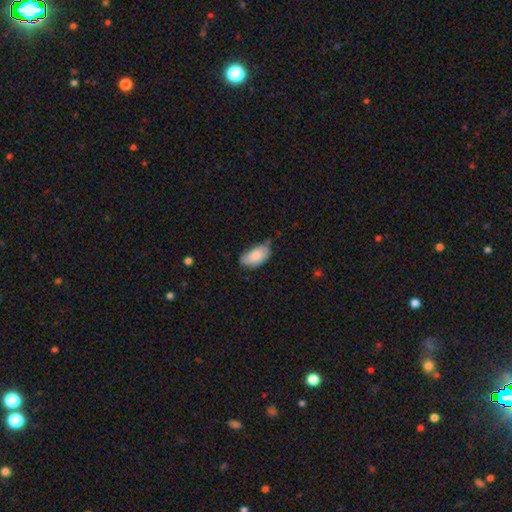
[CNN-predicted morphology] smooth-or-featured: smooth: 80% | featured or disk: 14% | star or artifact: 6%
  how-rounded: in between: 95% | round: 3% | cigar-shaped: 2%
  merging: none: 52% | minor disturbance: 39% | major disturbance: 6% | merger: 2%